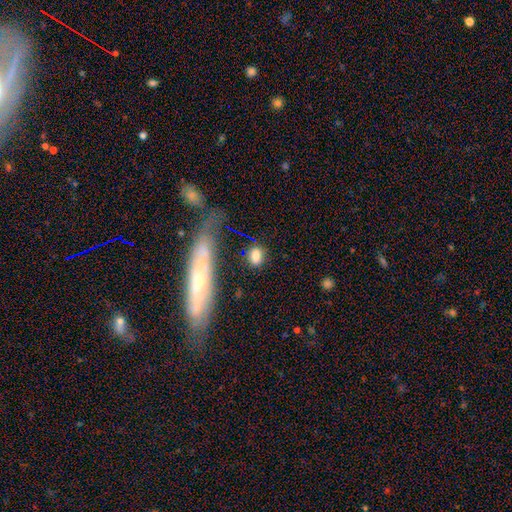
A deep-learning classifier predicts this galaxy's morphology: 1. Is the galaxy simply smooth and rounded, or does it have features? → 78% smooth, 13% featured or disk, 10% star or artifact.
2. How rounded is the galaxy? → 50% in between, 41% round, 9% cigar-shaped.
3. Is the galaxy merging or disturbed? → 76% none, 14% minor disturbance, 5% major disturbance, 5% merger.